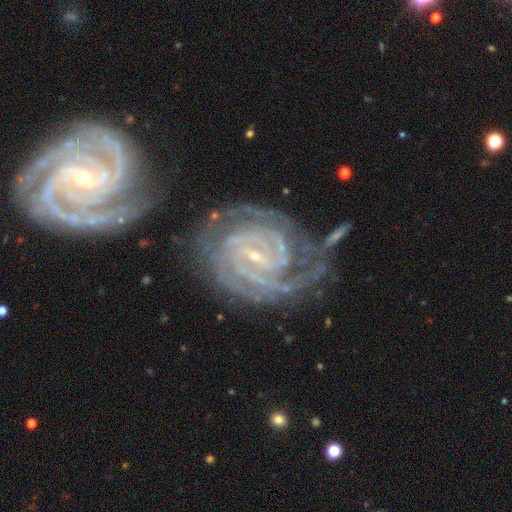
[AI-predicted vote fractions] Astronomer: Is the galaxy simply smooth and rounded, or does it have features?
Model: featured or disk — 92%.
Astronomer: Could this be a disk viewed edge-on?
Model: no — 98%.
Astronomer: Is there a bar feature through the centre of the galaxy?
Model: weak — 41% (runner-up: strong, 36%).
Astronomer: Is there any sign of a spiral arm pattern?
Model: yes — 99%.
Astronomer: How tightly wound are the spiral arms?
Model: tight — 79%.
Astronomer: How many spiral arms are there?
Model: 2 — 28% (runner-up: 3, 25%).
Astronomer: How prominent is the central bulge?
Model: small — 86%.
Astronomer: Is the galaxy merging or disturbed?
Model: none — 54%.